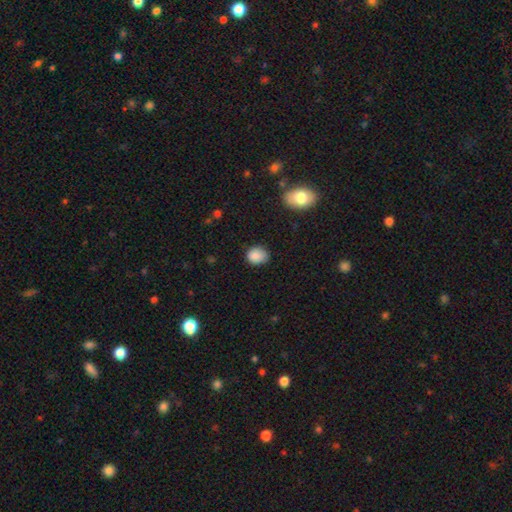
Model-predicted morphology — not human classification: Overall: smooth (86%). How rounded: round (63%; in between 36%). Merging: none (75%).